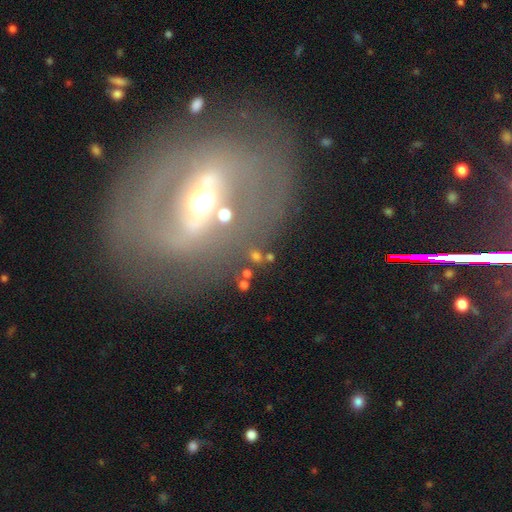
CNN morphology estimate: A smooth galaxy with no disk features (48%). Merging: none (71%).